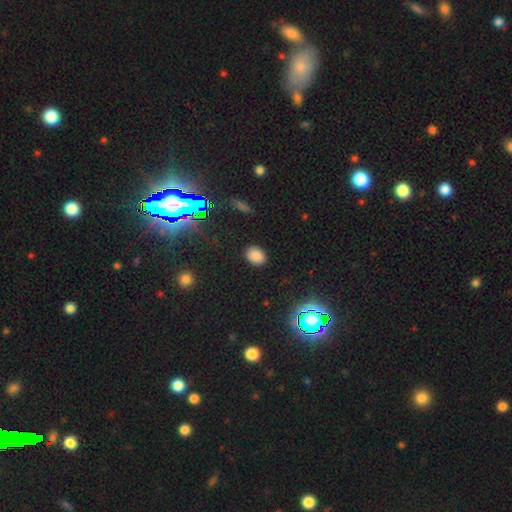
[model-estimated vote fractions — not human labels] Smooth or featured? smooth (81%)
How rounded? in between (60%)
Merging? none (89%)